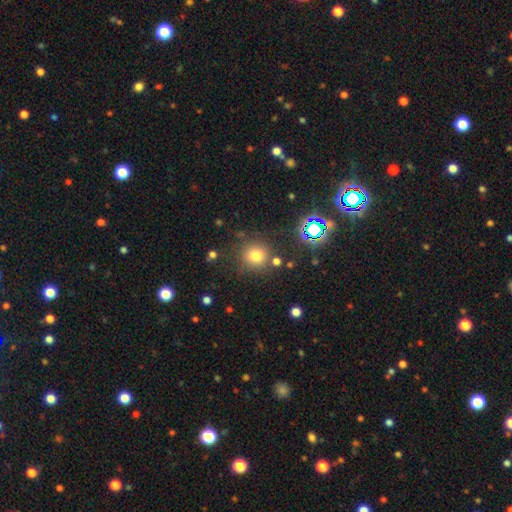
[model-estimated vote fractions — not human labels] Smooth or featured: smooth — 75% (star or artifact — 17%)
How rounded: round — 91% (in between — 8%)
Merging: none — 81% (minor disturbance — 10%)